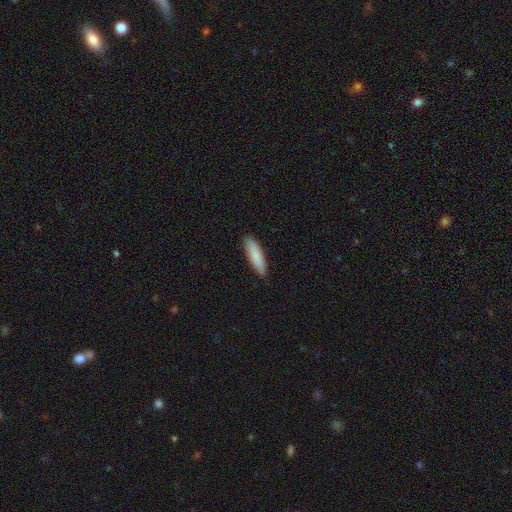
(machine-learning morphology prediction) smooth 86%, featured or disk 9%, star or artifact 5%. Down the decision tree: how rounded — cigar-shaped (66%); merging — none (88%).